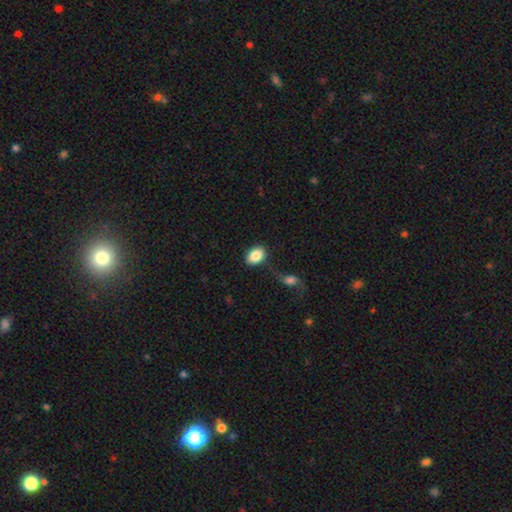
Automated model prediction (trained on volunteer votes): smooth-or-featured: smooth: 86% | featured or disk: 8% | star or artifact: 7%
  how-rounded: in between: 82% | round: 16% | cigar-shaped: 1%
  merging: none: 67% | minor disturbance: 14% | merger: 13% | major disturbance: 6%